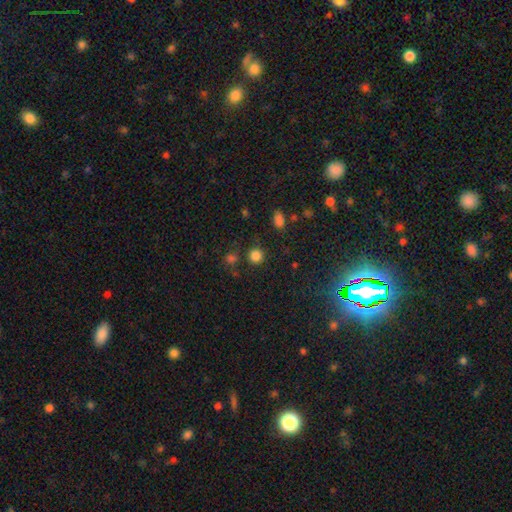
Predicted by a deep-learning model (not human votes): This appears to be a smooth galaxy with no disk features (82%) that is round (93%). Merging: none (85%).